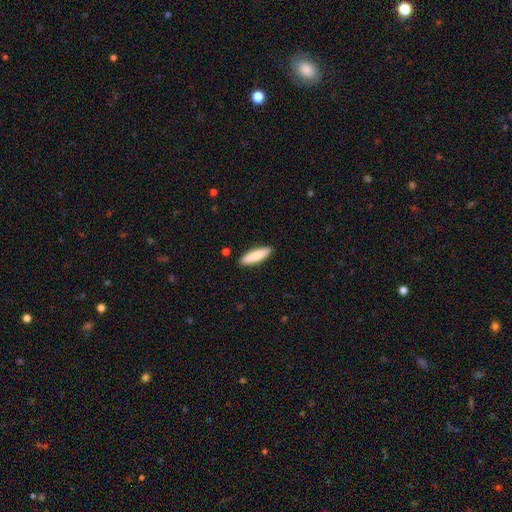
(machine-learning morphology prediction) Q: Smooth or featured?
A: smooth (81%); runner-up: featured or disk (13%)
Q: How rounded?
A: cigar-shaped (70%); runner-up: in between (29%)
Q: Merging?
A: none (89%); runner-up: minor disturbance (8%)